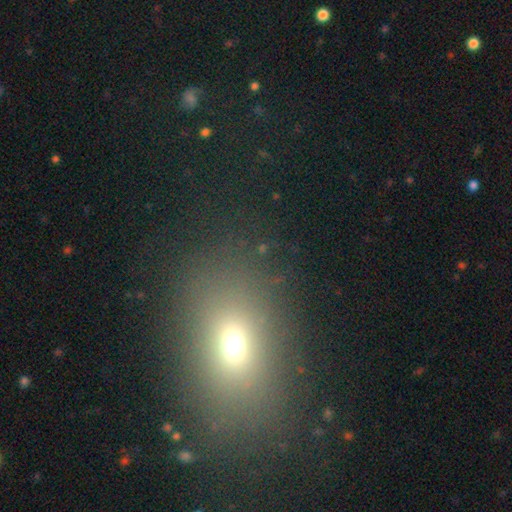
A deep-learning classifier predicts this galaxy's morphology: Q: Smooth or featured?
A: smooth (59%); runner-up: star or artifact (28%)
Q: How rounded?
A: in between (65%); runner-up: round (31%)
Q: Merging?
A: none (82%); runner-up: minor disturbance (10%)